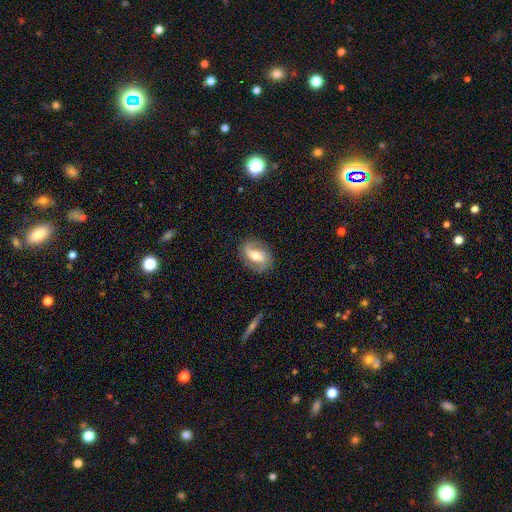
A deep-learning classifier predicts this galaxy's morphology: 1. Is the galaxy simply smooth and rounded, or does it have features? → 71% featured or disk, 22% smooth, 7% star or artifact.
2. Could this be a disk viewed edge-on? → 95% no, 5% yes.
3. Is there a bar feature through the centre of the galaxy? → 39% weak, 35% strong, 27% no.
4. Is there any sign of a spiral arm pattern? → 87% yes, 13% no.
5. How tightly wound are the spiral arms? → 42% medium, 33% loose, 25% tight.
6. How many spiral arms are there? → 84% 2, 7% can't tell, 6% 1, 2% 3, 1% 4, 1% more than 4.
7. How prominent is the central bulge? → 66% moderate, 22% small, 9% large, 1% none, 1% dominant.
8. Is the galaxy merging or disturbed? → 79% none, 14% minor disturbance, 5% major disturbance, 1% merger.